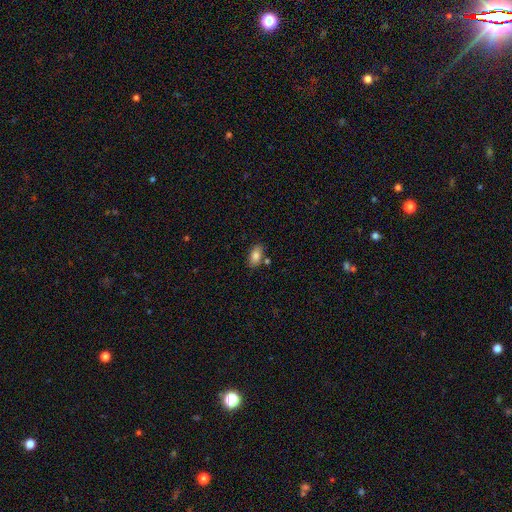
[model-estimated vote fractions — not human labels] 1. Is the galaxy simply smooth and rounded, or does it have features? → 83% smooth, 9% featured or disk, 8% star or artifact.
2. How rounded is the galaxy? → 92% in between, 5% round, 3% cigar-shaped.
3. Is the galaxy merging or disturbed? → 76% none, 13% minor disturbance, 9% merger, 3% major disturbance.